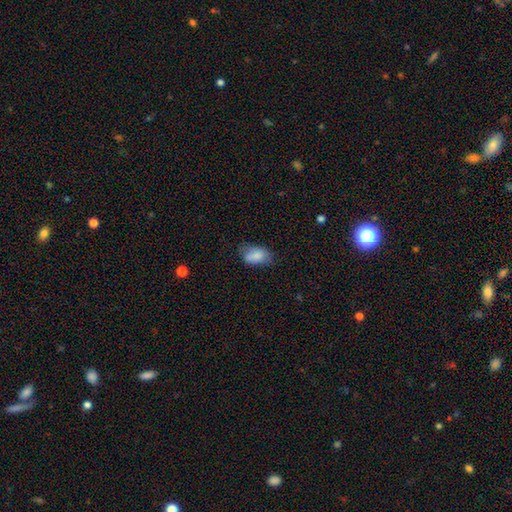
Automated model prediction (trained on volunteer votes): Smooth or featured? Predicted: smooth (p=0.80). How rounded? Predicted: in between (p=0.89). Merging? Predicted: none (p=0.54).